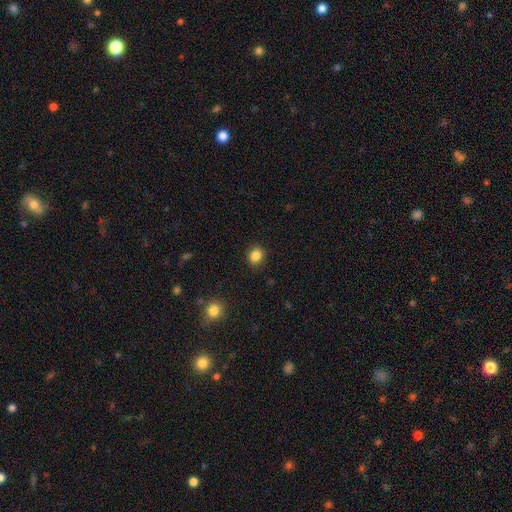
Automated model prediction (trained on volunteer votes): smooth_or_featured: smooth (p=0.85) [alt: star or artifact p=0.11]
how_rounded: round (p=0.84) [alt: in between p=0.15]
merging: none (p=0.89) [alt: minor disturbance p=0.08]